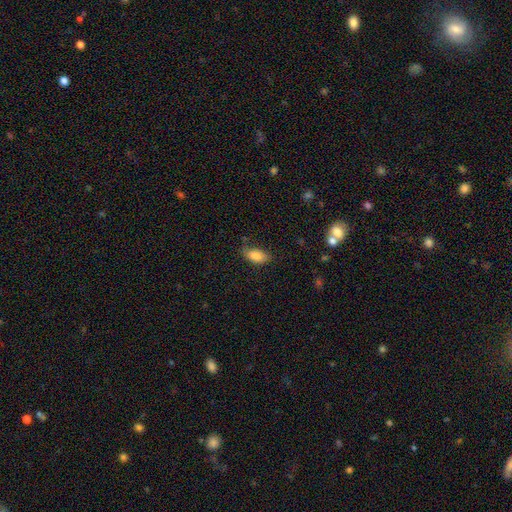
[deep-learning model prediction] Morphology: type=smooth (84%); roundness=in between (92%); merging=none (60%).